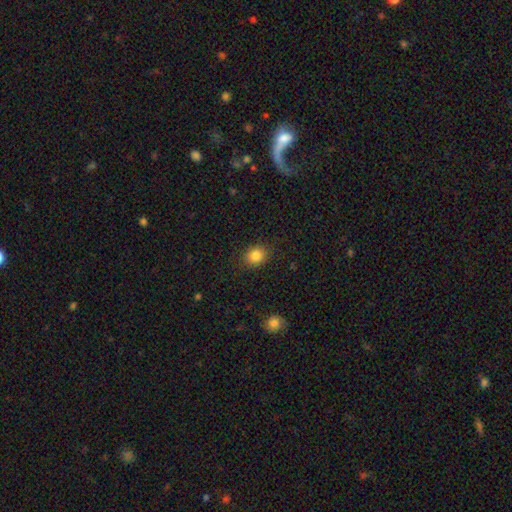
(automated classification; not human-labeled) This is clearly a smooth galaxy (84%). How rounded: likely round (65%). Merging: clearly none (88%).